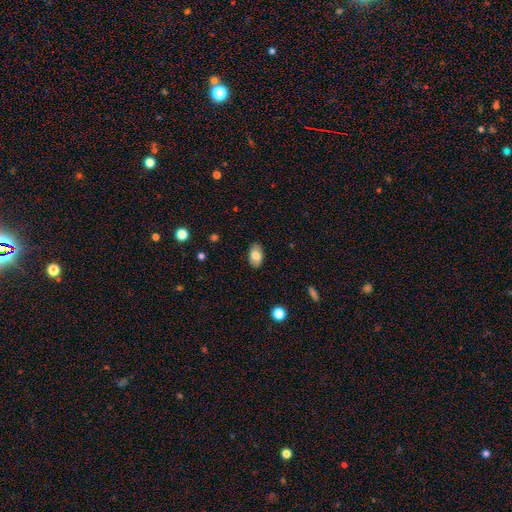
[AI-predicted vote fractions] This is likely a smooth galaxy (79%). How rounded: clearly in between (91%). Merging: clearly none (87%).